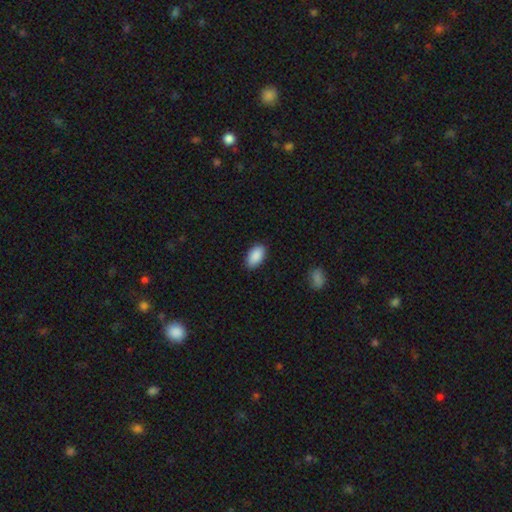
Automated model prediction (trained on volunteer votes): Smooth or featured: smooth — 90% (star or artifact — 6%)
How rounded: in between — 94% (round — 4%)
Merging: none — 86% (minor disturbance — 11%)